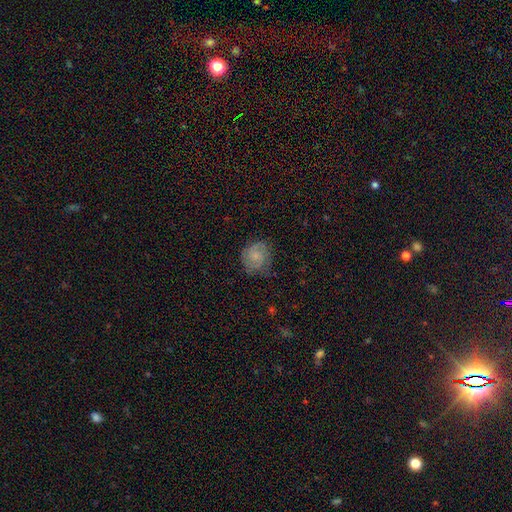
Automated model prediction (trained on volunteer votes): This appears to be a smooth galaxy with no disk features (51%) that is round (75%). Merging: none (65%).